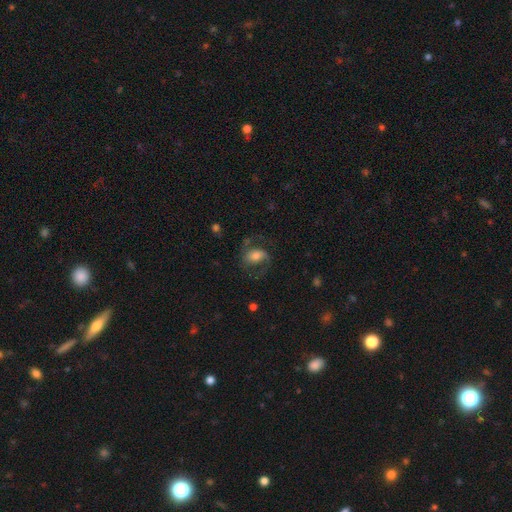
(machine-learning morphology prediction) A featured or disk galaxy (66%) with no bar (41%), 2 (84%) medium (51%) spiral arms (90%) and a moderate central bulge (53%).

Vote fractions:
- Smooth or featured? featured or disk: 66% / smooth: 26% / star or artifact: 9%
- Edge-on disk? no: 97% / yes: 3%
- Bar? no: 41% / weak: 38% / strong: 21%
- Spiral arms? yes: 90% / no: 10%
- Spiral winding? medium: 51% / loose: 36% / tight: 13%
- Spiral arm count? 2: 84% / 1: 8% / can't tell: 4% / 3: 1% / 4: 1% / more than 4: 1%
- Bulge size? moderate: 53% / small: 22% / large: 18% / none: 3% / dominant: 3%
- Merging? none: 60% / major disturbance: 20% / minor disturbance: 18% / merger: 2%